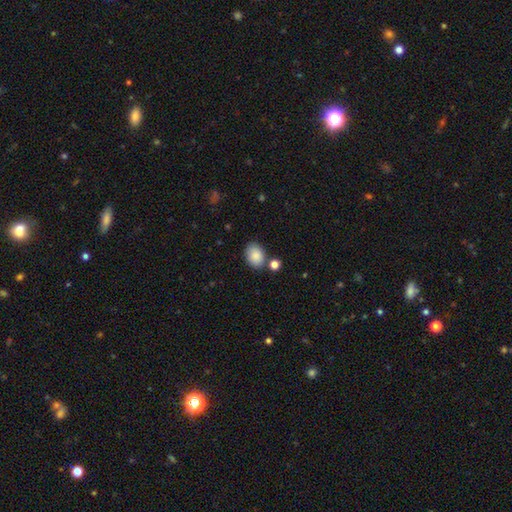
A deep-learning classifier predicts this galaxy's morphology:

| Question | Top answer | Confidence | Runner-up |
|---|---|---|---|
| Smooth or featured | smooth | 87% | star or artifact (8%) |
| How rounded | in between | 76% | round (23%) |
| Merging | none | 75% | minor disturbance (13%) |